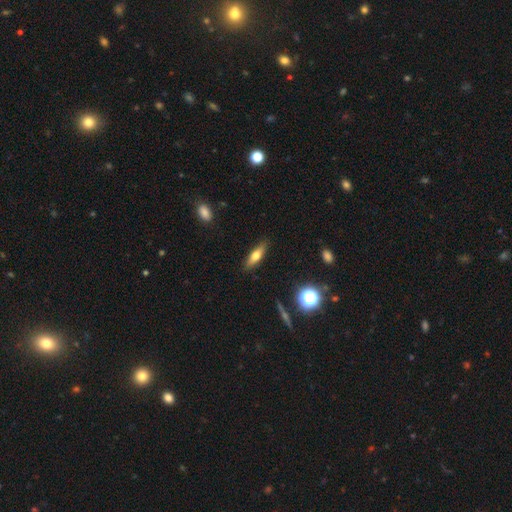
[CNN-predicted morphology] Smooth or featured: smooth — 64% (featured or disk — 27%)
How rounded: cigar-shaped — 51% (in between — 45%)
Merging: none — 87% (minor disturbance — 10%)